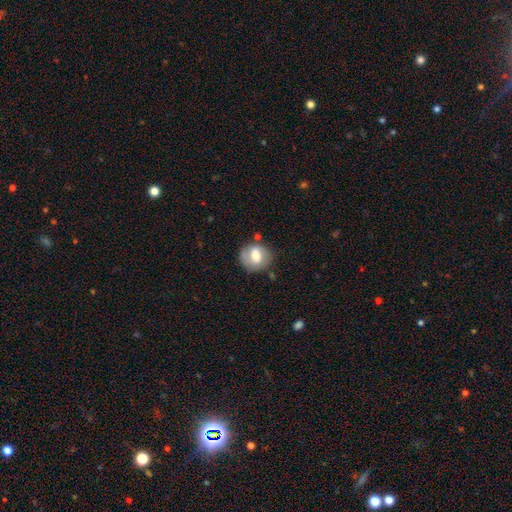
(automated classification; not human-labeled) smooth 55%, featured or disk 37%, star or artifact 7%. Down the decision tree: how rounded — round (71%); merging — none (67%).